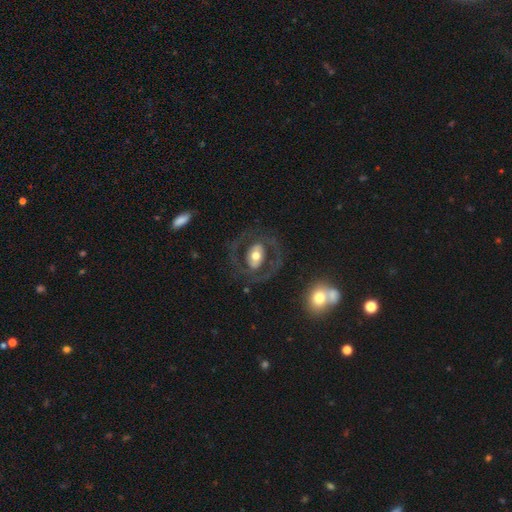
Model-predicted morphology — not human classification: smooth_or_featured: featured or disk (p=0.67) [alt: smooth p=0.27]
disk_edge_on: no (p=0.95) [alt: yes p=0.05]
bar: no (p=0.46) [alt: weak p=0.29]
has_spiral_arms: yes (p=0.52) [alt: no p=0.48]
bulge_size: moderate (p=0.63) [alt: large p=0.21]
merging: none (p=0.71) [alt: major disturbance p=0.15]